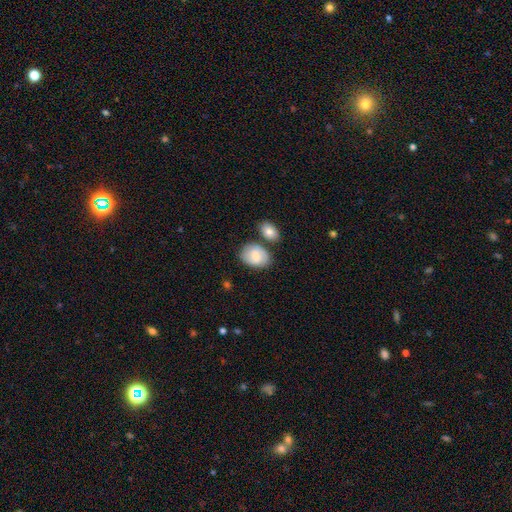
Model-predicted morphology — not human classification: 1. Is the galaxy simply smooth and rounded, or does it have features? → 69% smooth, 25% featured or disk, 7% star or artifact.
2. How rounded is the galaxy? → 78% in between, 21% round, 1% cigar-shaped.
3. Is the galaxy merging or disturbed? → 64% none, 17% minor disturbance, 14% merger, 5% major disturbance.